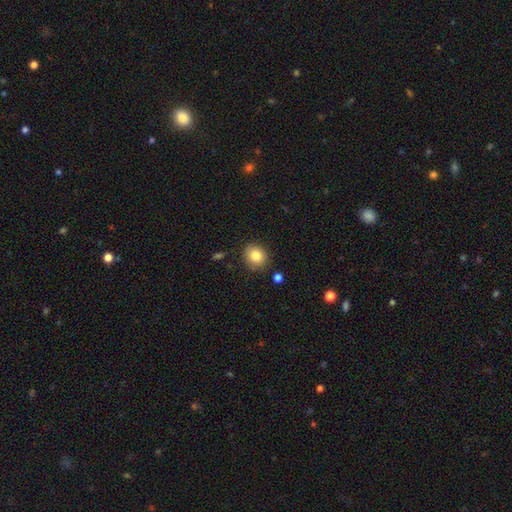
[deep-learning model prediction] smooth_or_featured: smooth (p=0.84) [alt: star or artifact p=0.09]
how_rounded: round (p=0.74) [alt: in between p=0.25]
merging: none (p=0.85) [alt: minor disturbance p=0.11]